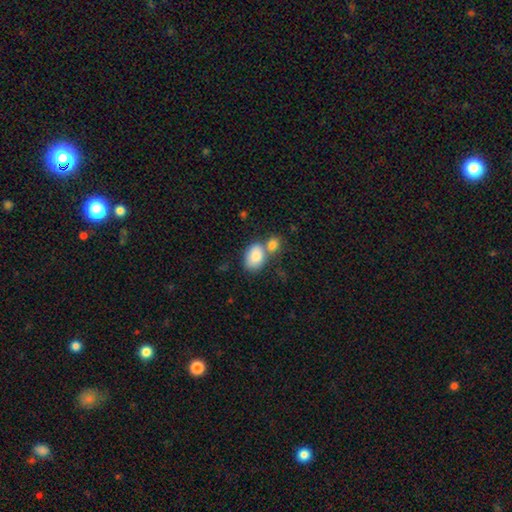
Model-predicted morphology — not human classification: This is clearly a smooth galaxy (84%). How rounded: clearly in between (83%). Merging: marginally none (44%).